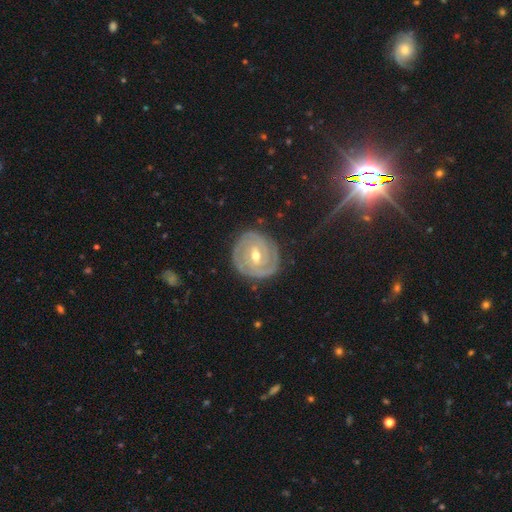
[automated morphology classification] A featured or disk galaxy (84%) with a weak bar (50%), 2 (38%) tight (83%) spiral arms (93%) and a moderate central bulge (63%). Merging: none (82%).